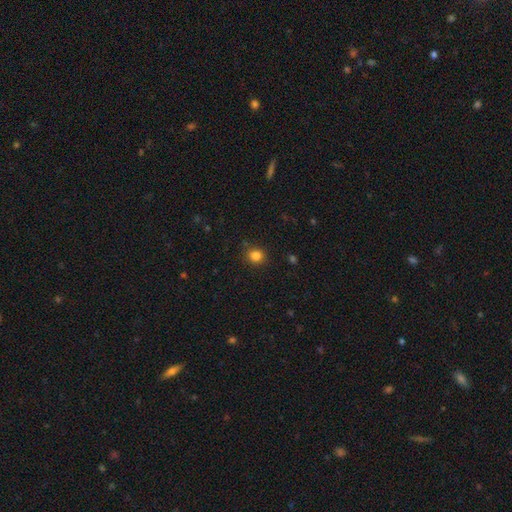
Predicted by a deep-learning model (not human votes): Smooth or featured?
  - smooth: 84% *
  - star or artifact: 13%
  - featured or disk: 4%
How rounded?
  - round: 84% *
  - in between: 15%
  - cigar-shaped: 1%
Merging?
  - none: 87% *
  - minor disturbance: 9%
  - major disturbance: 3%
  - merger: 2%